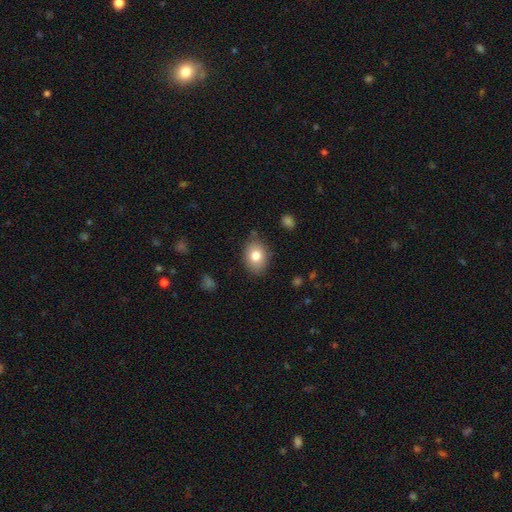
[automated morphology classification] Q: Smooth or featured?
A: smooth (80%); runner-up: featured or disk (12%)
Q: How rounded?
A: in between (67%); runner-up: round (32%)
Q: Merging?
A: none (82%); runner-up: minor disturbance (14%)